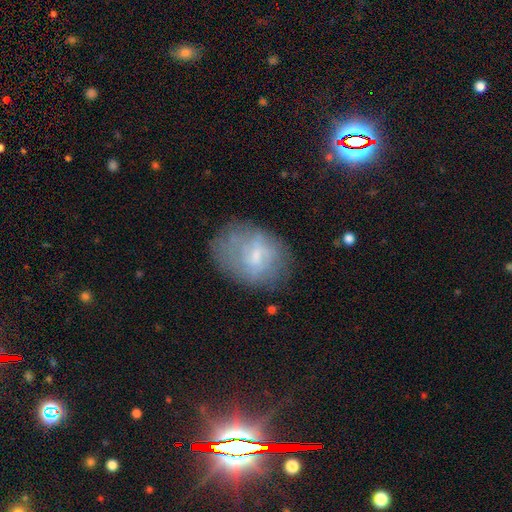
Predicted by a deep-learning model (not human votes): smooth_or_featured: featured or disk (p=0.47) [alt: smooth p=0.44]
merging: none (p=0.60) [alt: minor disturbance p=0.23]